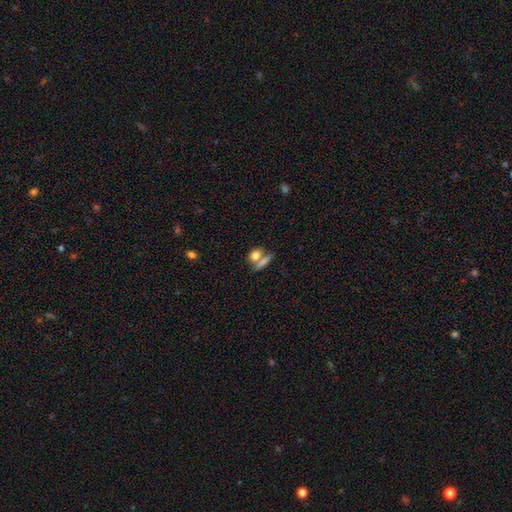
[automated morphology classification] This appears to be a smooth galaxy with no disk features (78%) that is in between round and cigar-shaped (51%). Merging: merger (44%).